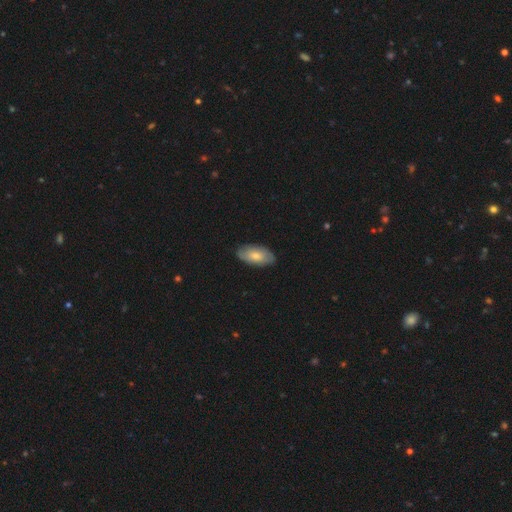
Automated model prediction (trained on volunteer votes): Smooth or featured?
  - smooth: 70% *
  - featured or disk: 24%
  - star or artifact: 6%
How rounded?
  - in between: 93% *
  - cigar-shaped: 4%
  - round: 2%
Merging?
  - none: 82% *
  - minor disturbance: 15%
  - major disturbance: 2%
  - merger: 1%